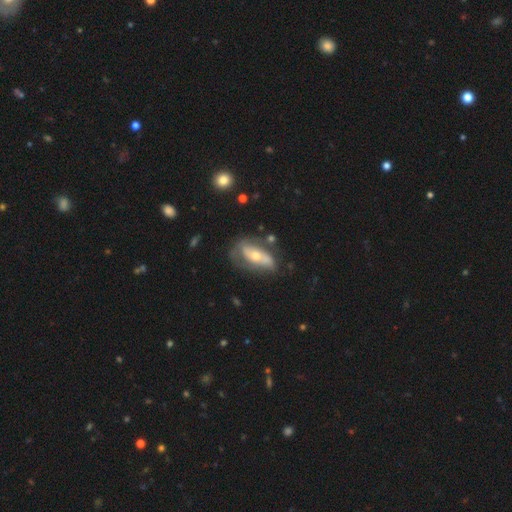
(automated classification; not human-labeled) Smooth or featured? featured or disk (62%)
Edge-on disk? no (84%)
Bar? no (59%)
Spiral arms? yes (61%)
Bulge size? moderate (59%)
Merging? none (52%)